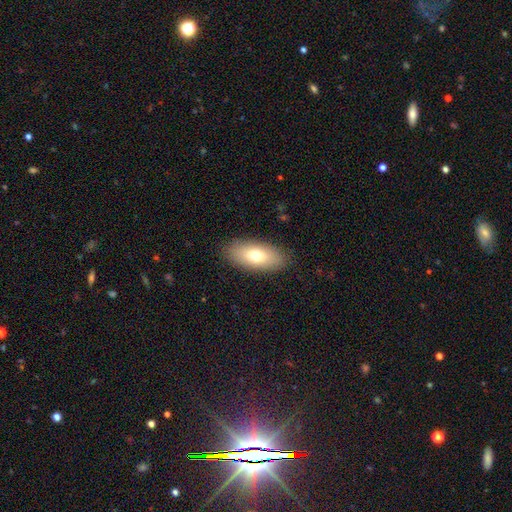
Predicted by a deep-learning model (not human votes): smooth_or_featured: smooth (p=0.71) [alt: featured or disk p=0.21]
how_rounded: in between (p=0.86) [alt: cigar-shaped p=0.10]
merging: none (p=0.87) [alt: minor disturbance p=0.09]